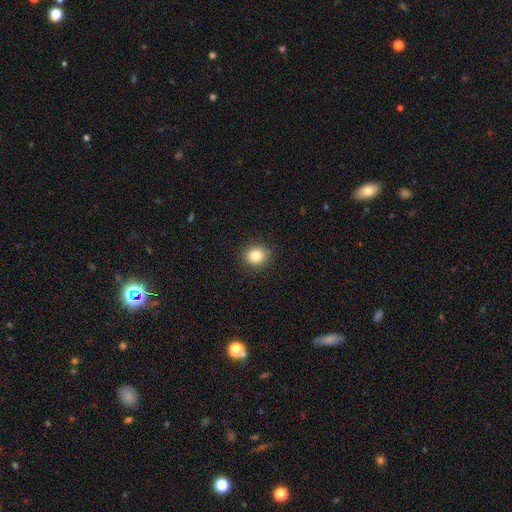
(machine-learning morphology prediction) Smooth or featured? Predicted: smooth (p=0.84). How rounded? Predicted: round (p=0.72). Merging? Predicted: none (p=0.90).